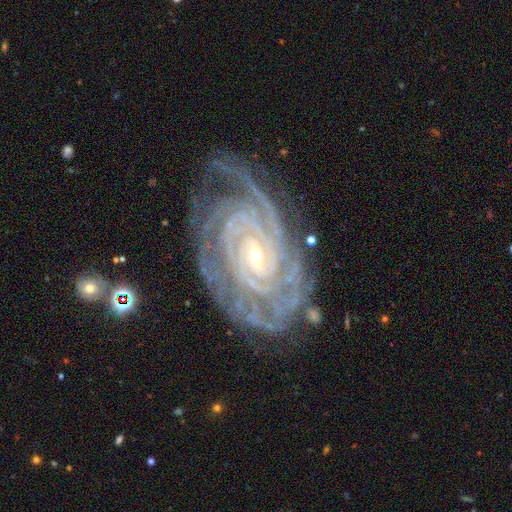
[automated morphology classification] featured or disk 92%, star or artifact 5%, smooth 3%. Down the decision tree: edge-on disk — no (97%); bar — no (44%); spiral arms — yes (99%); spiral arm count — 4 (26%); spiral winding — tight (86%); bulge size — small (76%); merging — none (75%).